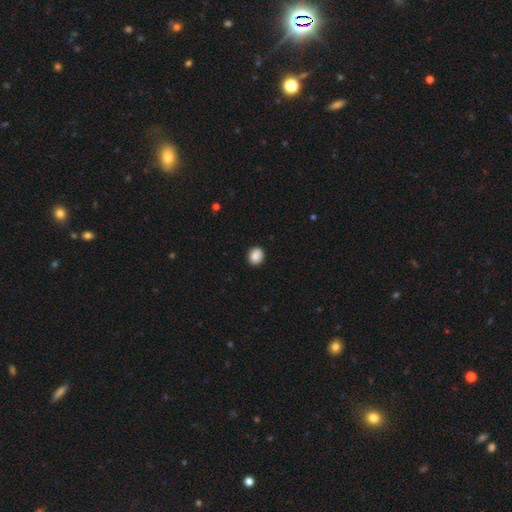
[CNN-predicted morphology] smooth 88%, star or artifact 8%, featured or disk 4%. Down the decision tree: how rounded — round (69%); merging — none (89%).